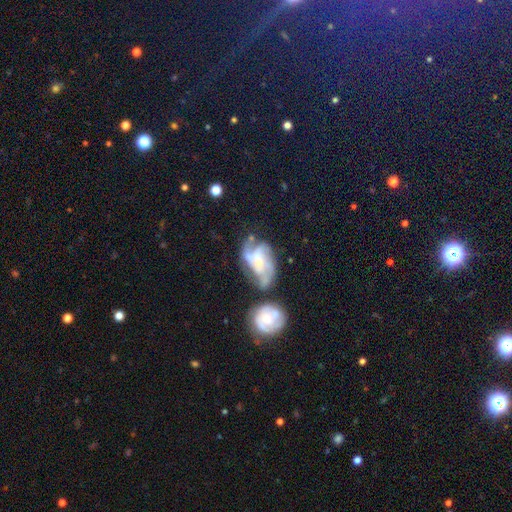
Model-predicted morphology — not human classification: A featured or disk galaxy (73%) with no bar (54%), 3 (28%) medium (44%) spiral arms (83%) and a small central bulge (39%).

Vote fractions:
- Smooth or featured? featured or disk: 73% / smooth: 19% / star or artifact: 8%
- Edge-on disk? no: 97% / yes: 3%
- Bar? no: 54% / weak: 33% / strong: 13%
- Spiral arms? yes: 83% / no: 17%
- Spiral winding? medium: 44% / tight: 28% / loose: 28%
- Spiral arm count? 3: 28% / 2: 27% / can't tell: 27% / 4: 8% / 1: 5% / more than 4: 4%
- Bulge size? small: 39% / moderate: 27% / none: 24% / large: 8% / dominant: 2%
- Merging? none: 30% / major disturbance: 26% / merger: 25% / minor disturbance: 20%